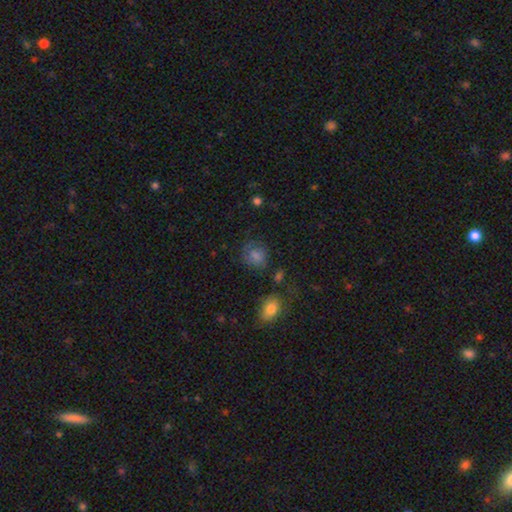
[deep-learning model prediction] Smooth or featured? smooth (68%)
How rounded? round (68%)
Merging? none (65%)